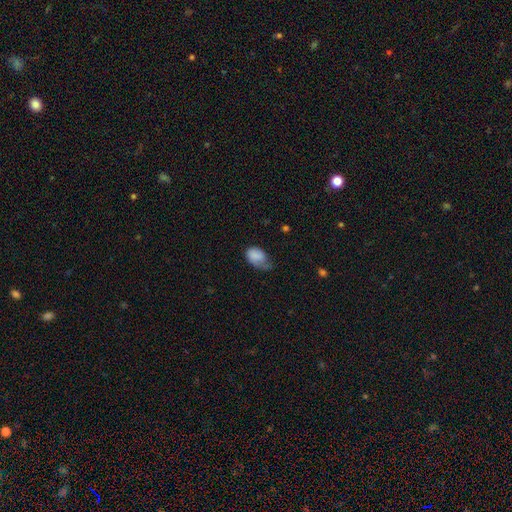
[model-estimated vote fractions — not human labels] Overall: smooth (79%). How rounded: in between (85%). Merging: minor disturbance (39%; major disturbance 31%).